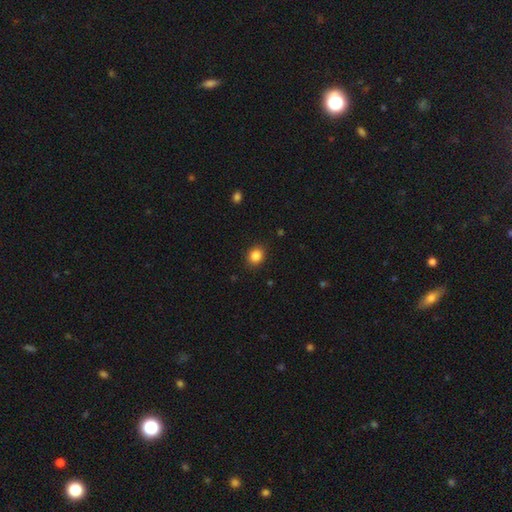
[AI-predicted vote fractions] smooth_or_featured: smooth (p=0.86) [alt: star or artifact p=0.10]
how_rounded: round (p=0.72) [alt: in between p=0.27]
merging: none (p=0.89) [alt: minor disturbance p=0.08]